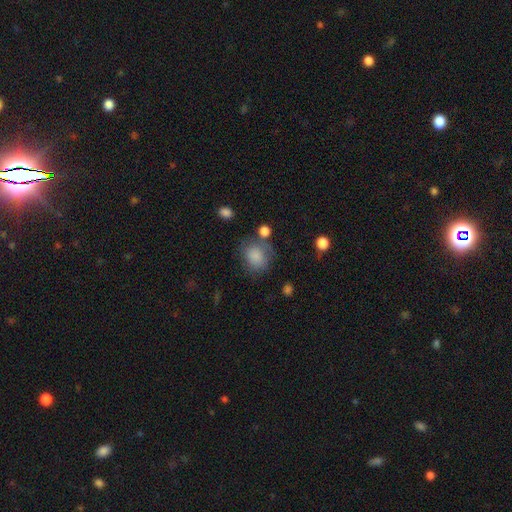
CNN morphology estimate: smooth-or-featured: smooth: 82% | star or artifact: 9% | featured or disk: 9%
  how-rounded: round: 64% | in between: 35% | cigar-shaped: 1%
  merging: none: 57% | minor disturbance: 22% | major disturbance: 12% | merger: 9%